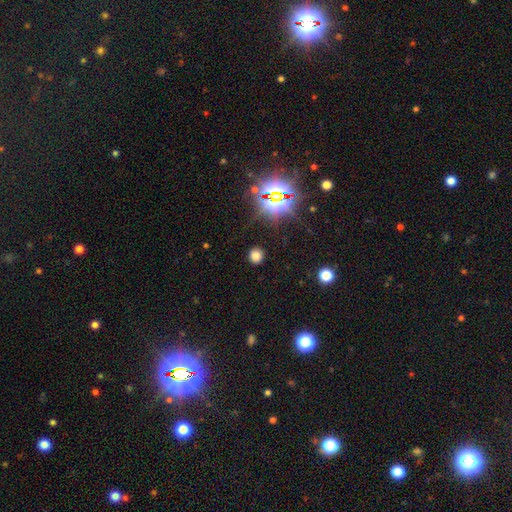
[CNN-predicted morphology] A smooth galaxy with no disk features (70%) that is round (87%). Merging: none (89%).